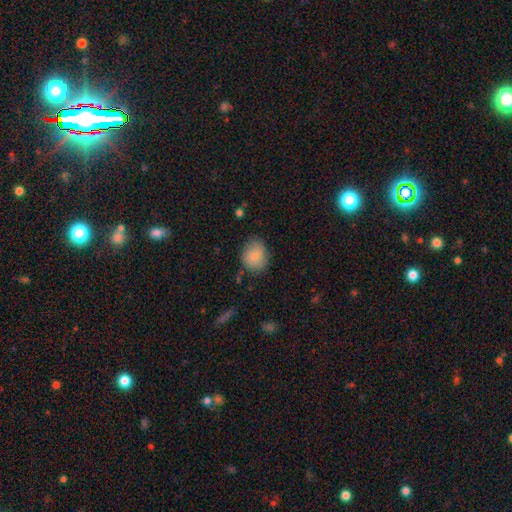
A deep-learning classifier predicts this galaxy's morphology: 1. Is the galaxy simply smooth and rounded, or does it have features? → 84% smooth, 8% featured or disk, 8% star or artifact.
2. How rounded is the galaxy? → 61% round, 38% in between, 1% cigar-shaped.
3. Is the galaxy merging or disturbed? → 75% none, 19% minor disturbance, 5% major disturbance, 2% merger.